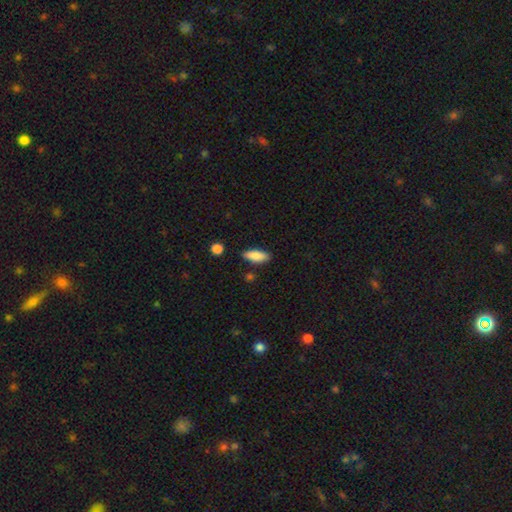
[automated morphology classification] Smooth or featured?
  - smooth: 87% *
  - featured or disk: 7%
  - star or artifact: 6%
How rounded?
  - in between: 75% *
  - cigar-shaped: 23%
  - round: 2%
Merging?
  - none: 84% *
  - minor disturbance: 11%
  - merger: 3%
  - major disturbance: 2%